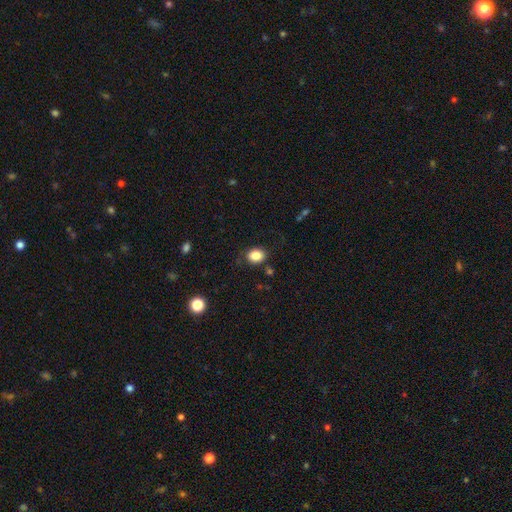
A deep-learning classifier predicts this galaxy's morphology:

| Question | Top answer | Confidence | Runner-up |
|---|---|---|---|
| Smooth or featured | smooth | 86% | star or artifact (10%) |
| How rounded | in between | 52% | round (47%) |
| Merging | none | 81% | minor disturbance (13%) |